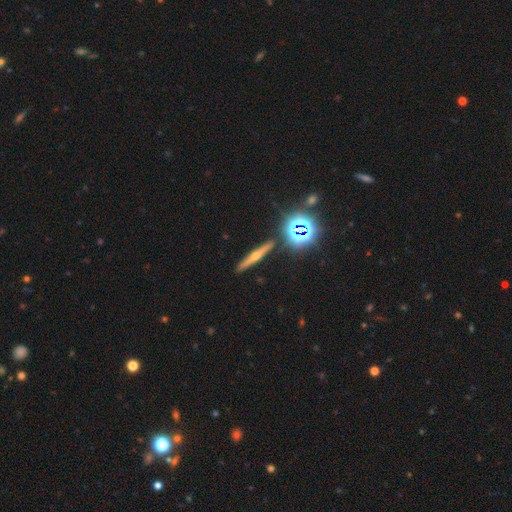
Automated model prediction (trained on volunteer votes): Morphology: type=featured or disk (56%); edge-on=yes (94%); edge-on bulge=rounded (90%); merging=none (90%).